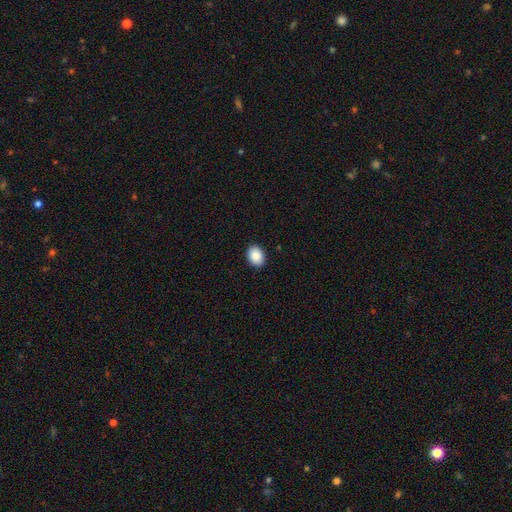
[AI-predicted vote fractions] Smooth or featured? Predicted: smooth (p=0.89). How rounded? Predicted: in between (p=0.71). Merging? Predicted: none (p=0.91).